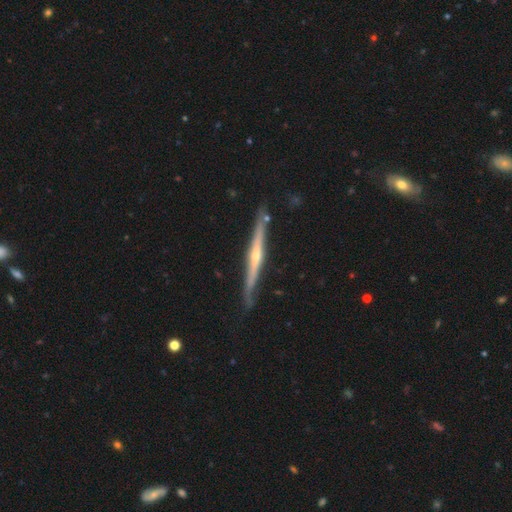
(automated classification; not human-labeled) Q: Smooth or featured?
A: featured or disk (77%); runner-up: smooth (18%)
Q: Edge-on disk?
A: yes (97%); runner-up: no (3%)
Q: Edge-on bulge?
A: rounded (75%); runner-up: none (20%)
Q: Merging?
A: none (81%); runner-up: minor disturbance (14%)